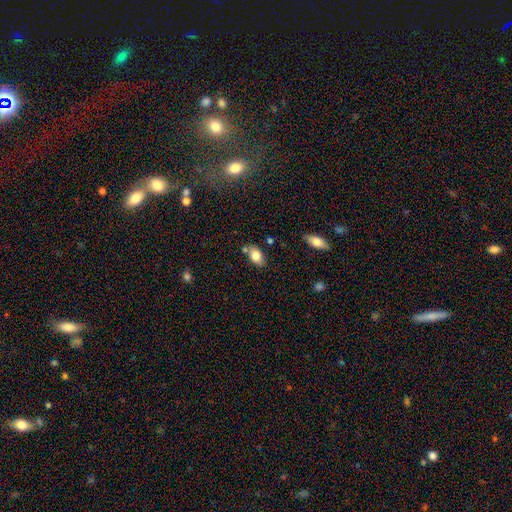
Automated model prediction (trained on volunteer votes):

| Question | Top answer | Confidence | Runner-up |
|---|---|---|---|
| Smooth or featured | smooth | 80% | featured or disk (12%) |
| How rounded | in between | 88% | round (10%) |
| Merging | none | 73% | minor disturbance (15%) |